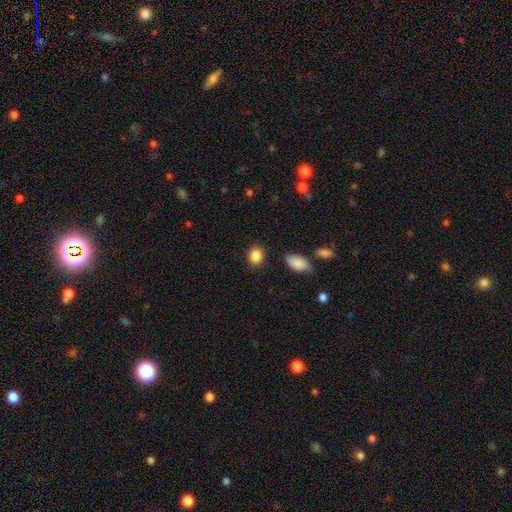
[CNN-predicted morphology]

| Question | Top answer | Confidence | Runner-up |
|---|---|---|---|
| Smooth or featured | smooth | 87% | star or artifact (9%) |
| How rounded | round | 53% | in between (46%) |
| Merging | none | 86% | minor disturbance (9%) |